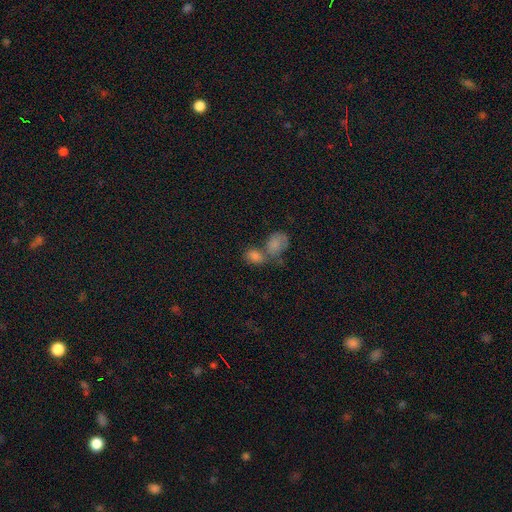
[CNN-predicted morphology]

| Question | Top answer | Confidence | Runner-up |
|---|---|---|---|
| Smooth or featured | smooth | 74% | star or artifact (14%) |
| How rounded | in between | 74% | round (24%) |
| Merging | merger | 56% | none (30%) |